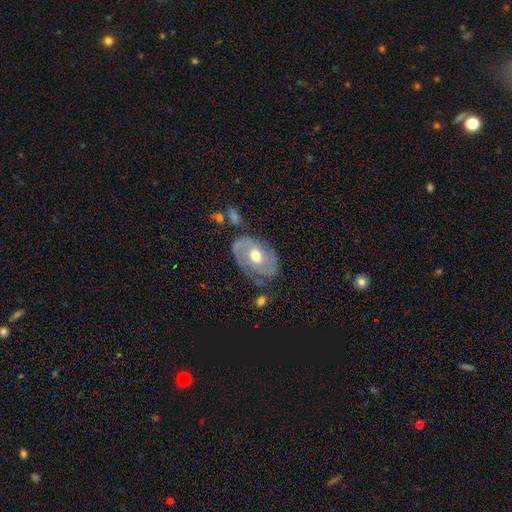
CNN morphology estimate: This is likely a featured or disk galaxy (79%). It is clearly not viewed edge-on (96%). Bar: possibly no (56%). Spiral arm pattern: clearly yes (85%). Spiral arm count: likely 2 (75%). Spiral winding: marginally medium (42%). Central bulge: likely moderate (77%). Merging: likely none (68%).